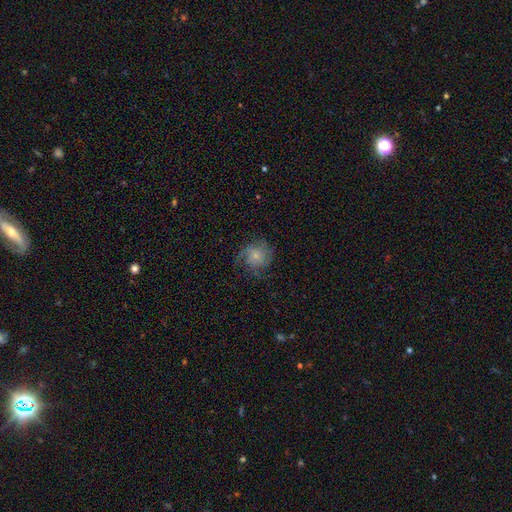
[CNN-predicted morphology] type=featured or disk (59%); edge-on=no (97%); bar=no (81%); spiral arms=yes (88%); winding=medium (42%); arm count=can't tell (29%); bulge=small (68%); merging=none (64%).